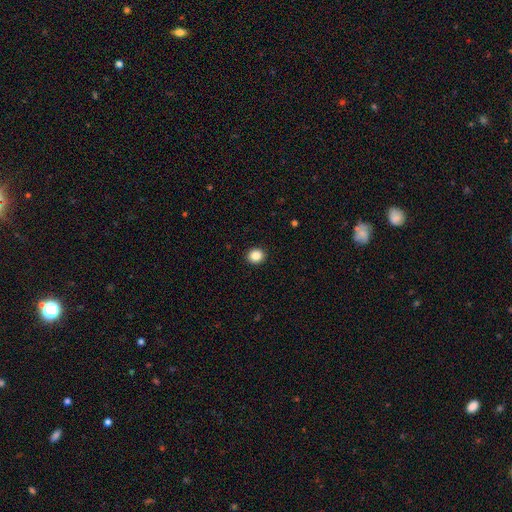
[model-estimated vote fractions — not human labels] Smooth or featured? Predicted: smooth (p=0.87). How rounded? Predicted: round (p=0.85). Merging? Predicted: none (p=0.93).